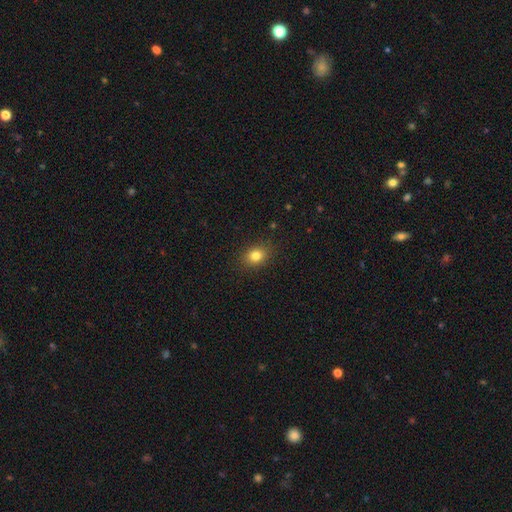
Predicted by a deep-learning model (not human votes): A smooth galaxy with no disk features (81%) that is in between round and cigar-shaped (54%). Merging: none (87%).